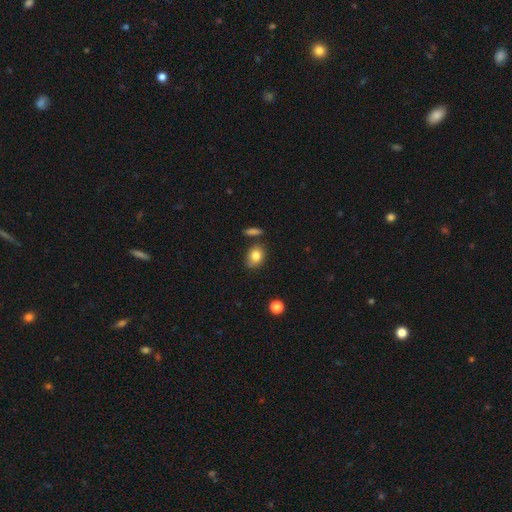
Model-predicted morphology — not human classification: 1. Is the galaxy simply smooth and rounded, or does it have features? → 82% smooth, 9% featured or disk, 9% star or artifact.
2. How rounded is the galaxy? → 70% in between, 28% round, 2% cigar-shaped.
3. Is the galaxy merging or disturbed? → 75% none, 15% minor disturbance, 7% merger, 3% major disturbance.